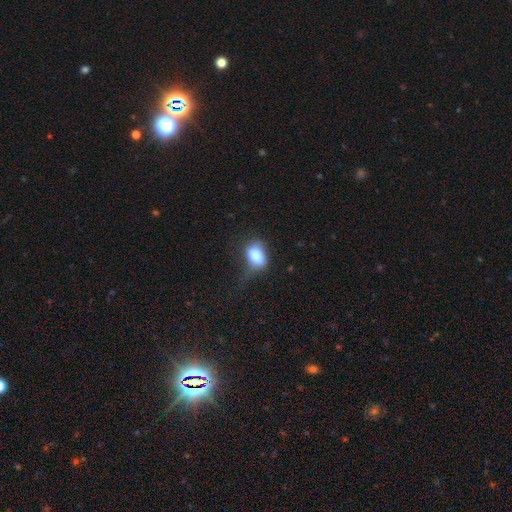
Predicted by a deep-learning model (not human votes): Smooth or featured? Predicted: smooth (p=0.84). How rounded? Predicted: in between (p=0.83). Merging? Predicted: minor disturbance (p=0.36, tied with none).